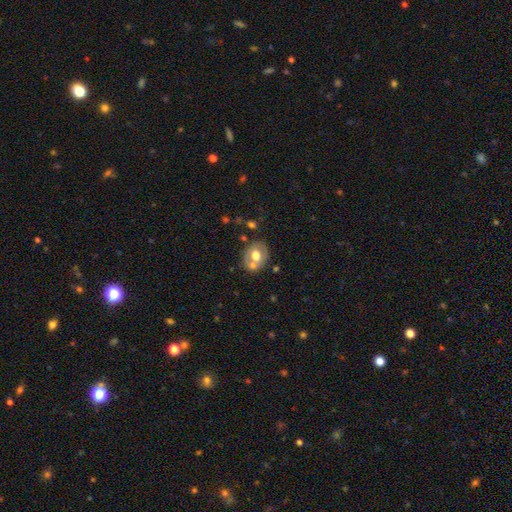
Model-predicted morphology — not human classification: Overall: smooth (60%; featured or disk 32%). How rounded: round (55%; in between 44%). Merging: none (56%; merger 25%).